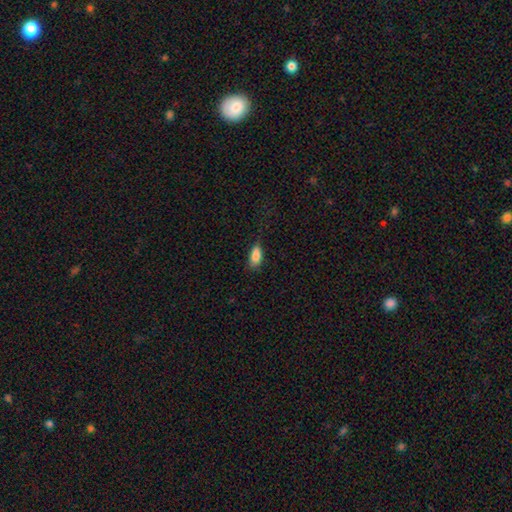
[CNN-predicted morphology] smooth_or_featured: smooth (p=0.86) [alt: star or artifact p=0.08]
how_rounded: in between (p=0.87) [alt: cigar-shaped p=0.11]
merging: none (p=0.71) [alt: minor disturbance p=0.23]